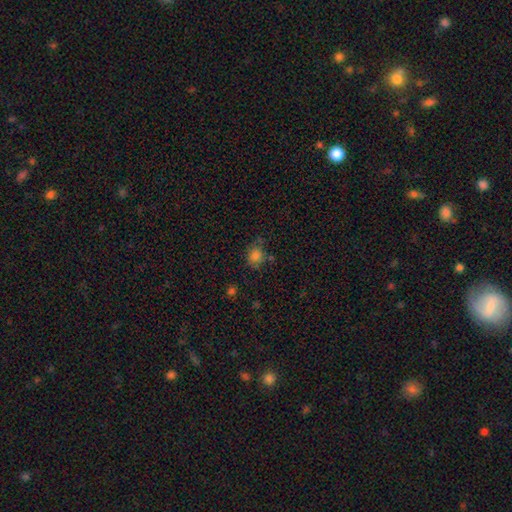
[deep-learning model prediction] This appears to be a smooth galaxy with no disk features (80%) that is round (65%). Merging: none (65%).